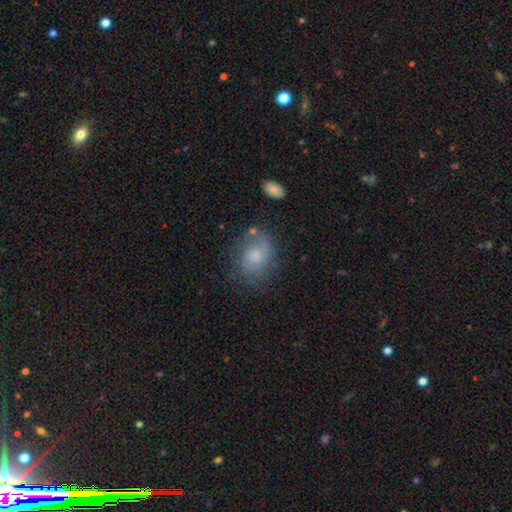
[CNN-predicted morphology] Overall: smooth (47%; featured or disk 43%). Merging: none (61%; minor disturbance 23%).